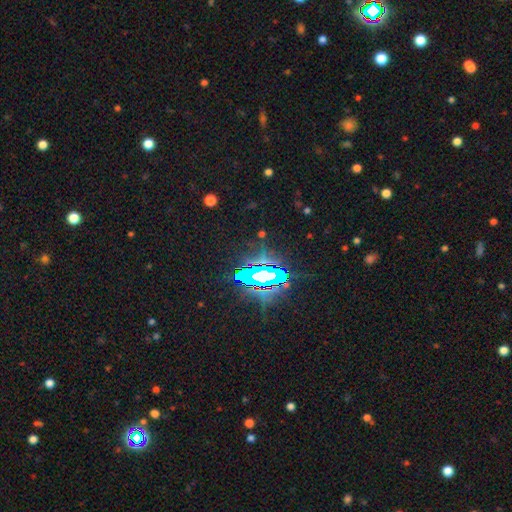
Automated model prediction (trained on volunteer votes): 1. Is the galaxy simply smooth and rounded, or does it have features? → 82% star or artifact, 10% smooth, 8% featured or disk.